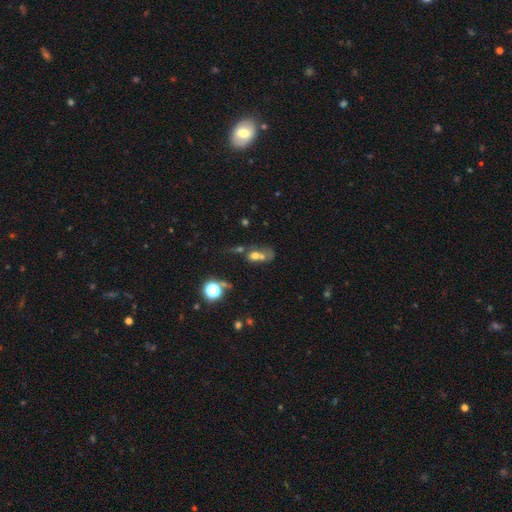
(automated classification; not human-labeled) smooth-or-featured: smooth: 54% | featured or disk: 26% | star or artifact: 20%
  how-rounded: in between: 55% | round: 40% | cigar-shaped: 4%
  merging: merger: 60% | none: 19% | major disturbance: 13% | minor disturbance: 9%